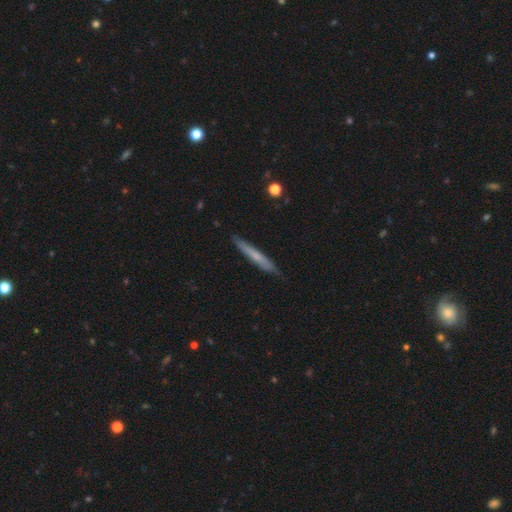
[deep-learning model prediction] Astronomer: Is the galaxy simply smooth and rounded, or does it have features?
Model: smooth — 54% (runner-up: featured or disk, 40%).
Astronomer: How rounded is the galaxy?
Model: cigar-shaped — 95%.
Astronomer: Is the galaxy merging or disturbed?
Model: none — 85%.